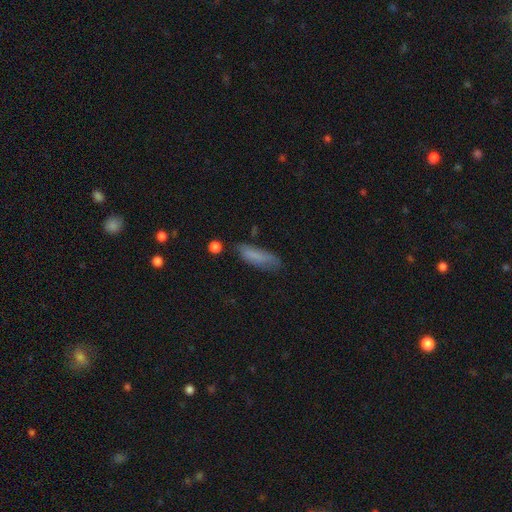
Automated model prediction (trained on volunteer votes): This appears to be a smooth galaxy with no disk features (78%) that is cigar-shaped (55%). Merging: none (62%).